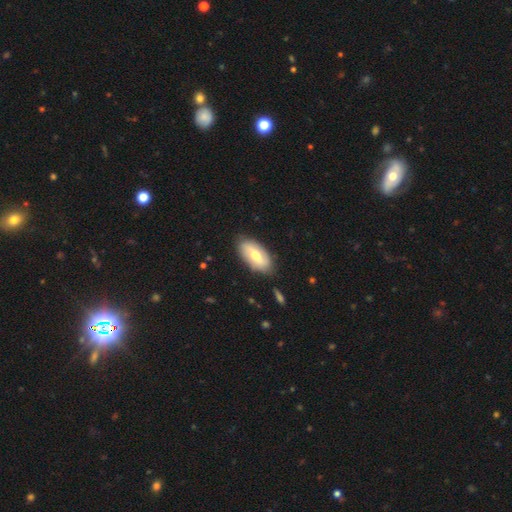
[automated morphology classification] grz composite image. It shows a smooth galaxy with no disk features (60%) that is in between round and cigar-shaped (93%). Merging: none (80%).